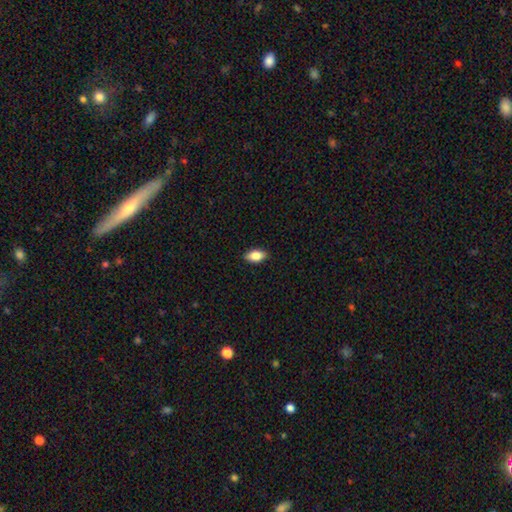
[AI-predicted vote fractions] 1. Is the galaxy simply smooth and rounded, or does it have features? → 82% smooth, 11% featured or disk, 7% star or artifact.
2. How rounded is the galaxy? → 90% in between, 6% cigar-shaped, 5% round.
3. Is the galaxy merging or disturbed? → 89% none, 8% minor disturbance, 2% major disturbance, 1% merger.